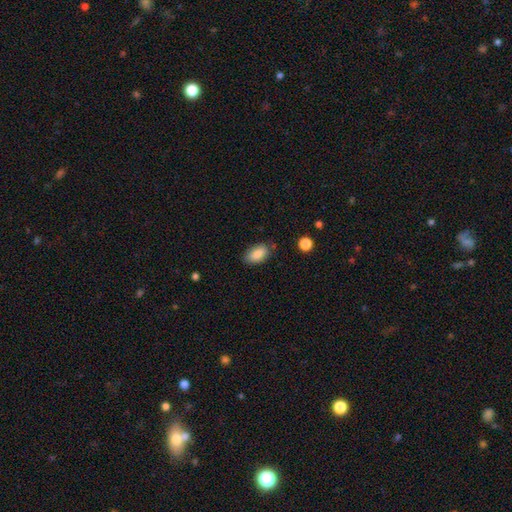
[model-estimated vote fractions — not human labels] Morphology: type=smooth (87%); roundness=in between (92%); merging=none (75%).